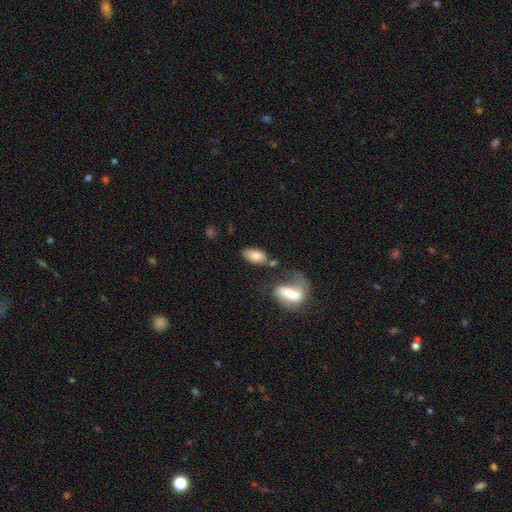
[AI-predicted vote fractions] smooth 77%, featured or disk 16%, star or artifact 7%. Down the decision tree: how rounded — in between (92%); merging — none (55%).